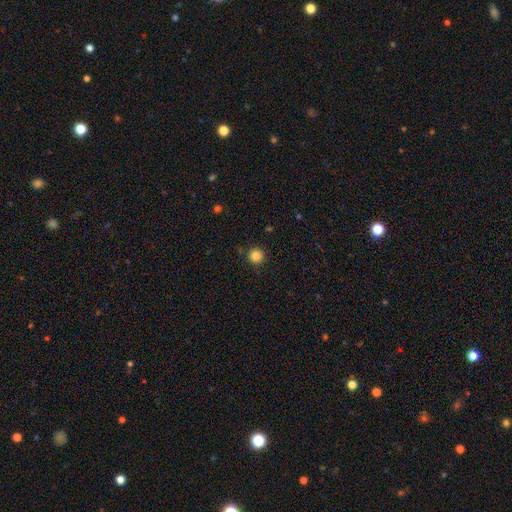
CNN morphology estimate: Overall: smooth (84%). How rounded: round (96%). Merging: none (91%).